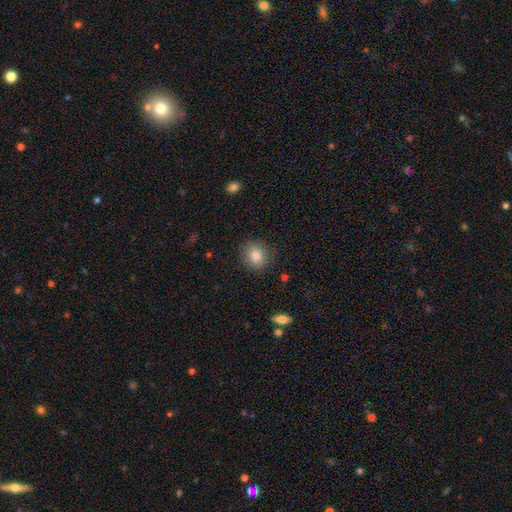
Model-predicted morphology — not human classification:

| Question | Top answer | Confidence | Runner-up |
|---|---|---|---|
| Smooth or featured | smooth | 82% | star or artifact (10%) |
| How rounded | round | 83% | in between (16%) |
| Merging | none | 87% | minor disturbance (9%) |